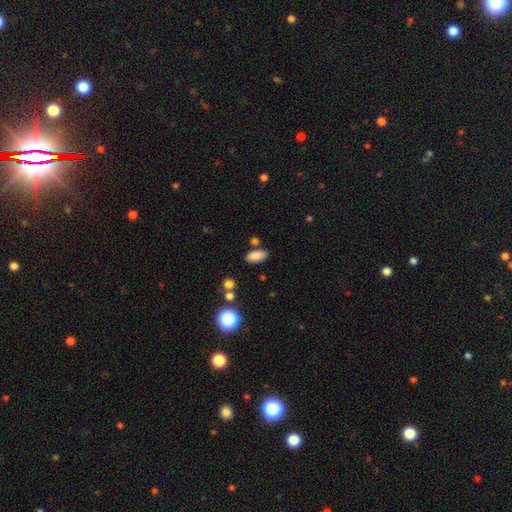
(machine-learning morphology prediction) A smooth galaxy with no disk features (85%) that is in between round and cigar-shaped (90%). Merging: none (79%).